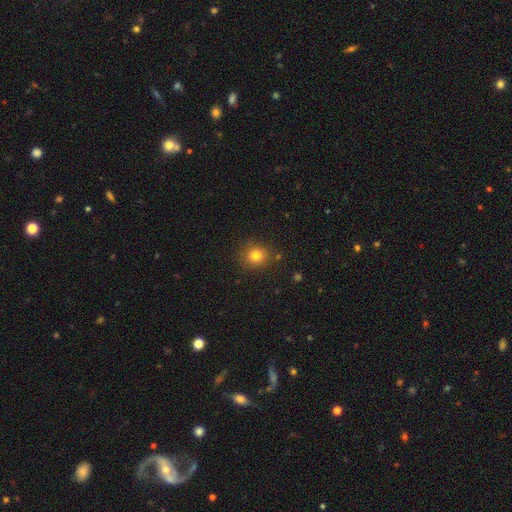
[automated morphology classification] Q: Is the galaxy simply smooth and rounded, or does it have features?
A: smooth — 79%.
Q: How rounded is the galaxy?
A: round — 82%.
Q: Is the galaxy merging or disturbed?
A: none — 85%.